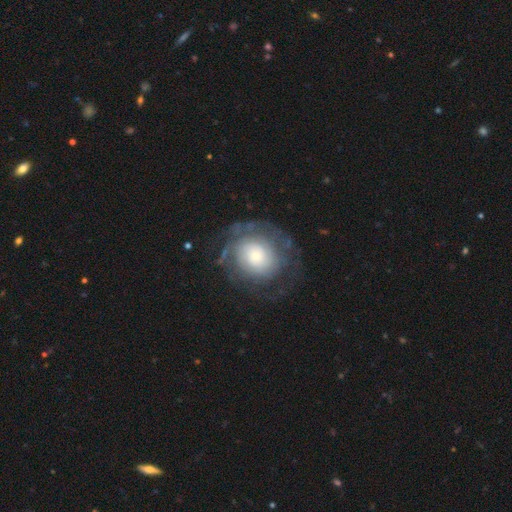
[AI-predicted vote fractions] This is likely a featured or disk galaxy (64%). It is clearly not viewed edge-on (97%). Bar: clearly no (82%). Spiral arm pattern: likely yes (79%). Central bulge: possibly small (46%). Merging: likely none (68%).